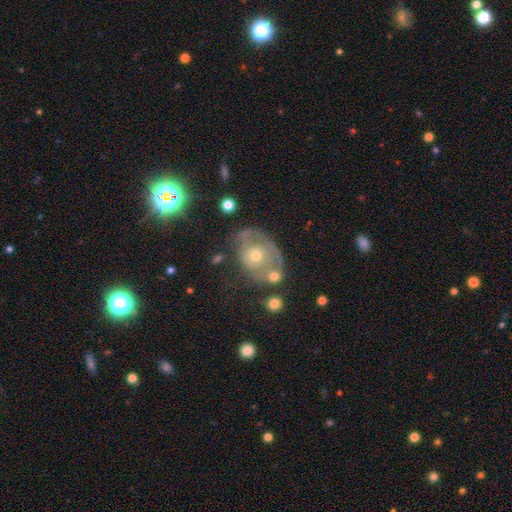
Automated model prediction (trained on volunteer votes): smooth_or_featured: featured or disk (p=0.63) [alt: smooth p=0.26]
disk_edge_on: no (p=0.96) [alt: yes p=0.04]
bar: no (p=0.84) [alt: weak p=0.13]
has_spiral_arms: yes (p=0.62) [alt: no p=0.38]
bulge_size: moderate (p=0.49) [alt: small p=0.46]
merging: none (p=0.46) [alt: minor disturbance p=0.25]